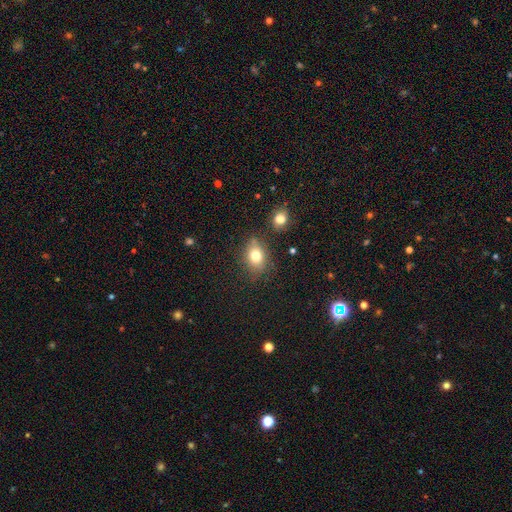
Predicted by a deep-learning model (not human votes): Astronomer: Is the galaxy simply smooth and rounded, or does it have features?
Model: smooth — 77%.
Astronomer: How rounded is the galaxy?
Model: in between — 63%.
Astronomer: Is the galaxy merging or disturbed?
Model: none — 71%.